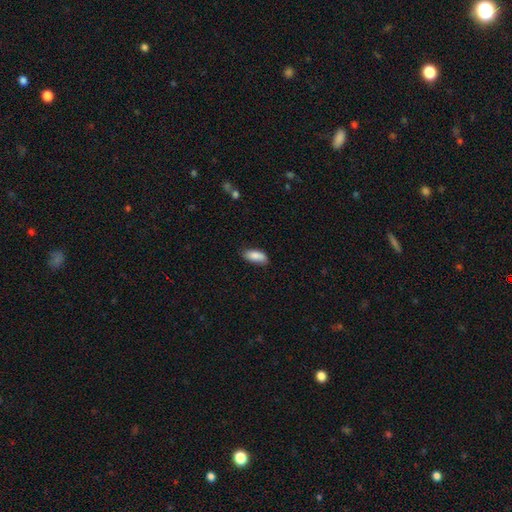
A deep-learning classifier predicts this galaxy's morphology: Q: Smooth or featured?
A: smooth (85%); runner-up: featured or disk (9%)
Q: How rounded?
A: in between (86%); runner-up: cigar-shaped (12%)
Q: Merging?
A: none (73%); runner-up: minor disturbance (21%)